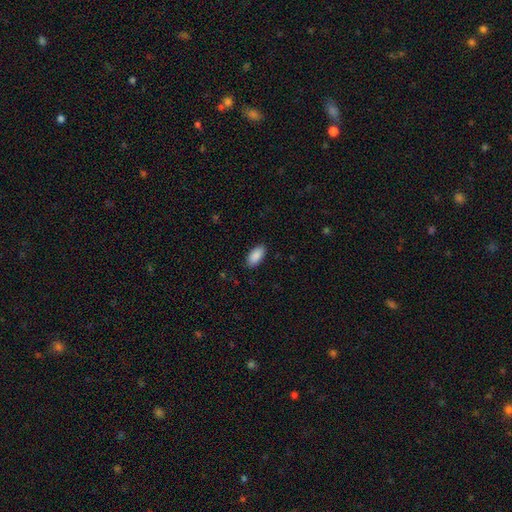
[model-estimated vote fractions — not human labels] smooth_or_featured: smooth (p=0.90) [alt: star or artifact p=0.06]
how_rounded: in between (p=0.93) [alt: cigar-shaped p=0.05]
merging: none (p=0.89) [alt: minor disturbance p=0.08]